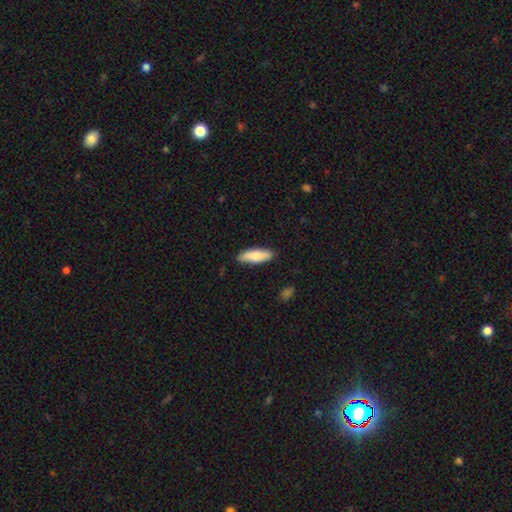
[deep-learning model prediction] This is clearly a smooth galaxy (81%). How rounded: possibly in between (53%). Merging: clearly none (84%).